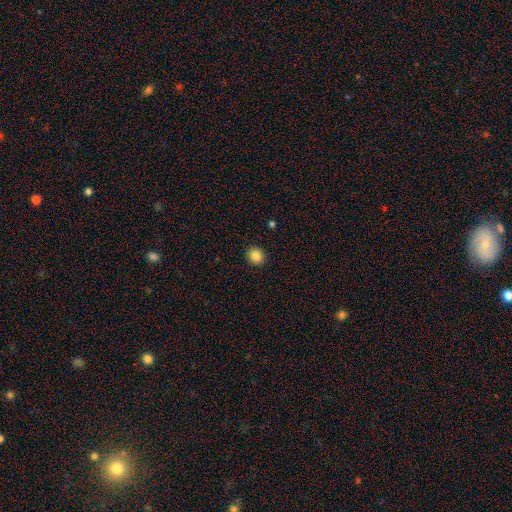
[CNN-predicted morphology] smooth-or-featured: smooth: 85% | star or artifact: 10% | featured or disk: 4%
  how-rounded: round: 84% | in between: 15% | cigar-shaped: 1%
  merging: none: 92% | minor disturbance: 5% | major disturbance: 2% | merger: 1%